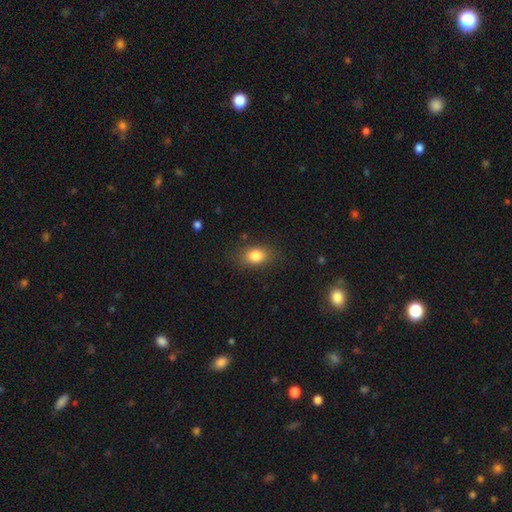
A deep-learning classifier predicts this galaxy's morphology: This appears to be a smooth galaxy with no disk features (83%) that is in between round and cigar-shaped (76%). Merging: none (83%).